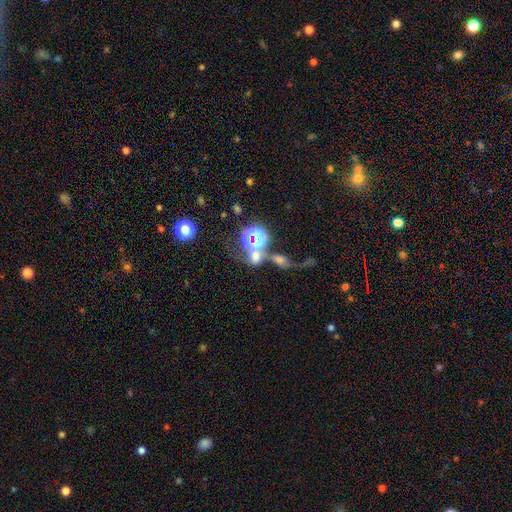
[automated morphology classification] type=smooth (49%); merging=merger (44%).